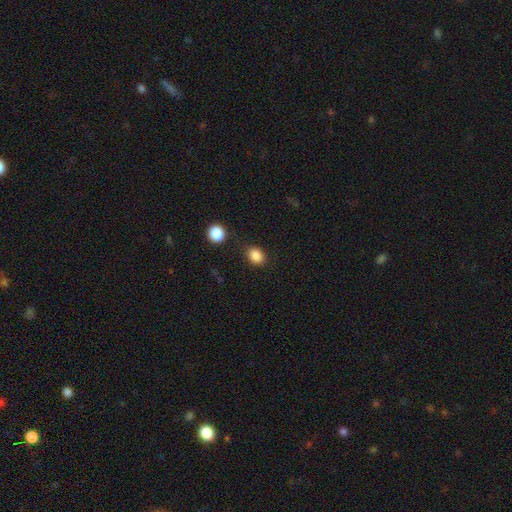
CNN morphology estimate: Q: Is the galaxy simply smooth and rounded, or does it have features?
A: smooth — 86%.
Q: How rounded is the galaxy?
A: in between — 61%.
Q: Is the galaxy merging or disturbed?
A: none — 82%.